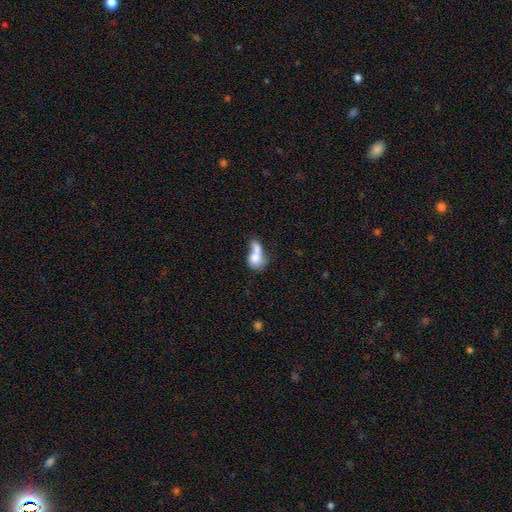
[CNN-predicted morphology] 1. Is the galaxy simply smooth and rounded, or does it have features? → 72% smooth, 21% featured or disk, 8% star or artifact.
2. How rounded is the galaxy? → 60% in between, 35% round, 5% cigar-shaped.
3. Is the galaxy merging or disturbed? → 70% merger, 14% none, 8% major disturbance, 7% minor disturbance.